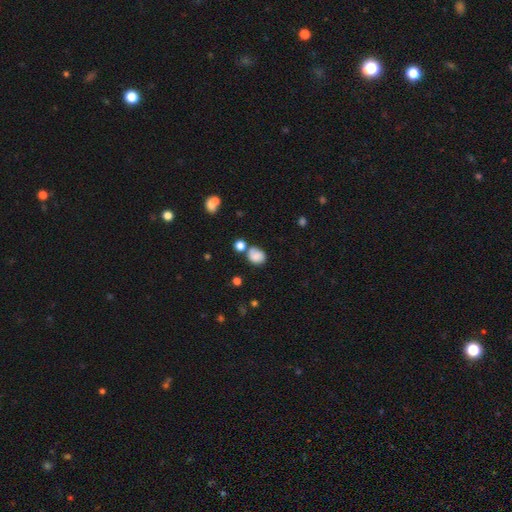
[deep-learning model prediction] This is likely a smooth galaxy (74%). How rounded: possibly round (59%). Merging: possibly none (51%).